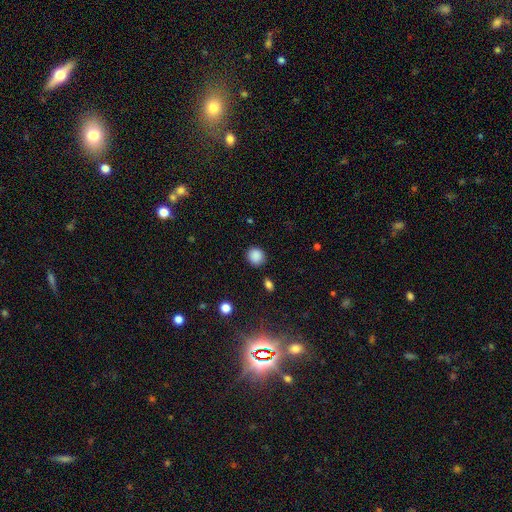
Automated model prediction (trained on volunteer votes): Morphology: type=smooth (87%); roundness=round (86%); merging=none (87%).